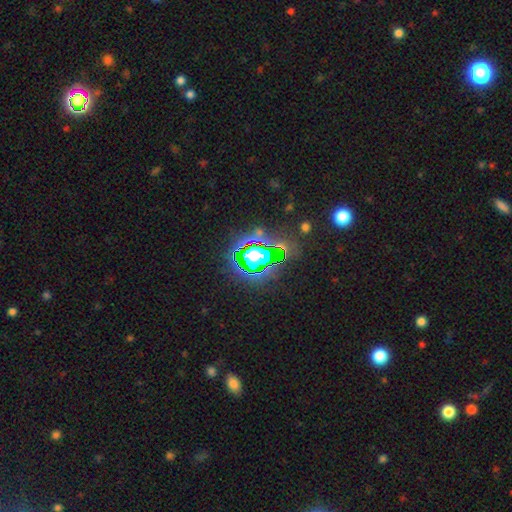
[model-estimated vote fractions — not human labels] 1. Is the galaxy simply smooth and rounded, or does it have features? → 82% star or artifact, 11% smooth, 7% featured or disk.